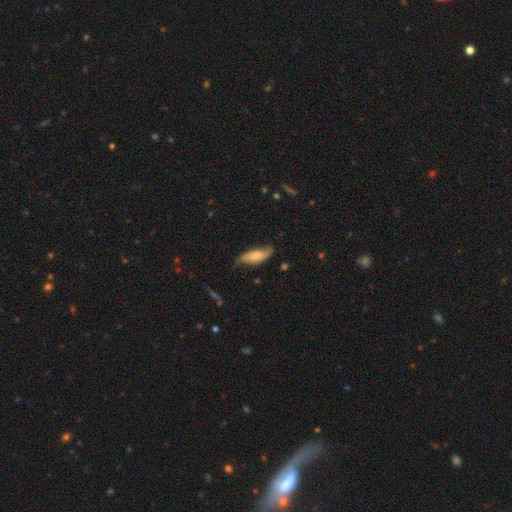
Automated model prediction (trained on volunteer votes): Smooth or featured?
  - smooth: 59% *
  - featured or disk: 34%
  - star or artifact: 7%
How rounded?
  - in between: 59% *
  - cigar-shaped: 38%
  - round: 2%
Merging?
  - none: 60% *
  - minor disturbance: 30%
  - major disturbance: 7%
  - merger: 2%